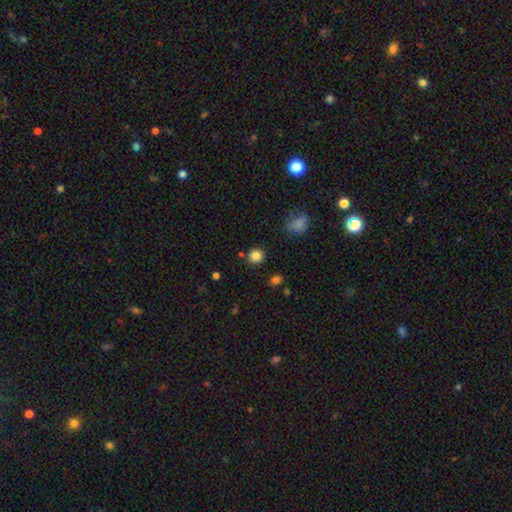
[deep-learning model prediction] Smooth or featured?
  - smooth: 84% *
  - star or artifact: 12%
  - featured or disk: 4%
How rounded?
  - round: 92% *
  - in between: 7%
  - cigar-shaped: 1%
Merging?
  - none: 87% *
  - minor disturbance: 7%
  - merger: 3%
  - major disturbance: 2%